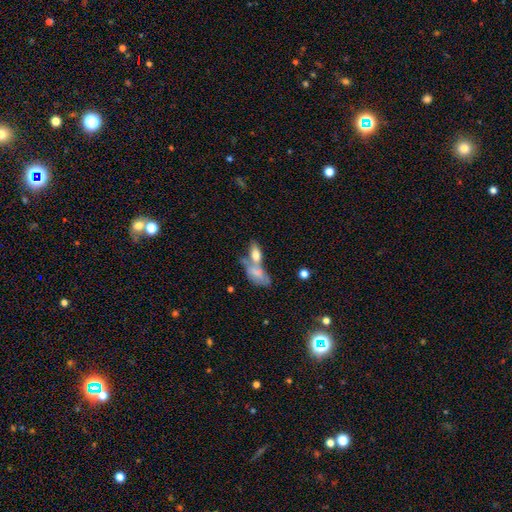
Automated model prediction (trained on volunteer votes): Smooth or featured: smooth — 71% (featured or disk — 22%)
How rounded: in between — 82% (cigar-shaped — 13%)
Merging: merger — 57% (none — 27%)